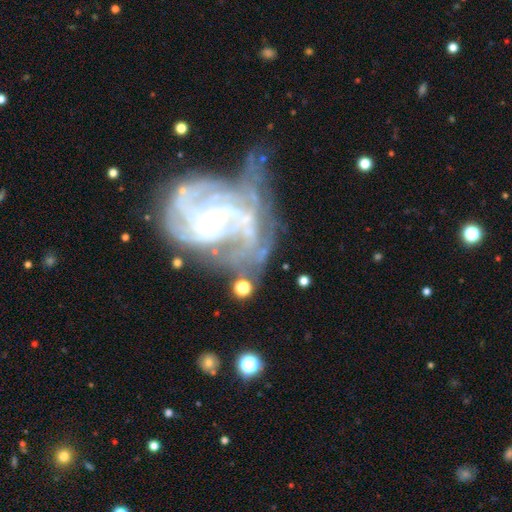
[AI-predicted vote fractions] Smooth or featured: featured or disk — 70% (smooth — 16%)
Edge-on disk: no — 96% (yes — 4%)
Bar: no — 71% (weak — 20%)
Spiral arms: yes — 79% (no — 21%)
Spiral winding: tight — 56% (medium — 31%)
Spiral arm count: can't tell — 35% (3 — 17%)
Bulge size: small — 65% (moderate — 21%)
Merging: none — 51% (major disturbance — 20%)